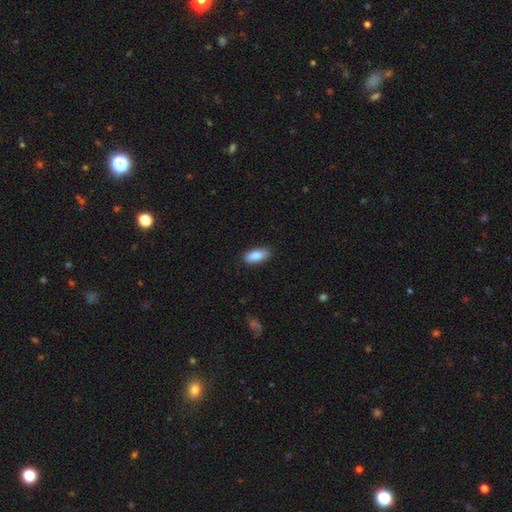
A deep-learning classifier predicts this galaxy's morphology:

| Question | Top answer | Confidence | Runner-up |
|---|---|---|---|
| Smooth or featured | smooth | 88% | star or artifact (6%) |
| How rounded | in between | 87% | cigar-shaped (11%) |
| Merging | none | 86% | minor disturbance (11%) |